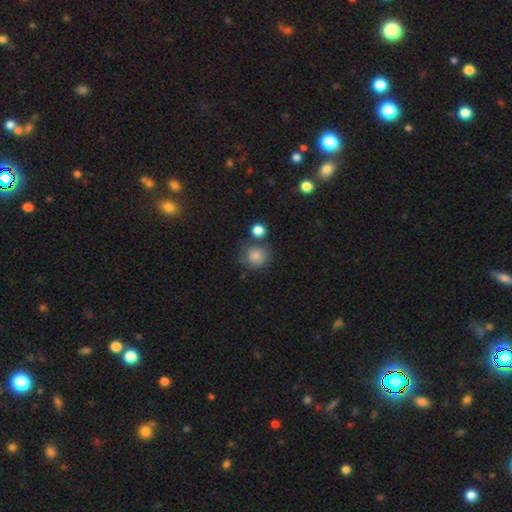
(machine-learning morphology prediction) smooth_or_featured: smooth (p=0.83) [alt: star or artifact p=0.09]
how_rounded: round (p=0.85) [alt: in between p=0.14]
merging: none (p=0.66) [alt: minor disturbance p=0.16]